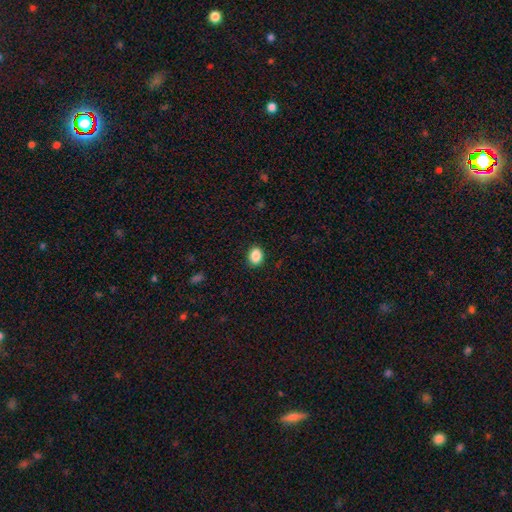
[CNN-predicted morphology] Q: Smooth or featured?
A: smooth (88%); runner-up: star or artifact (9%)
Q: How rounded?
A: in between (61%); runner-up: round (38%)
Q: Merging?
A: none (90%); runner-up: minor disturbance (7%)